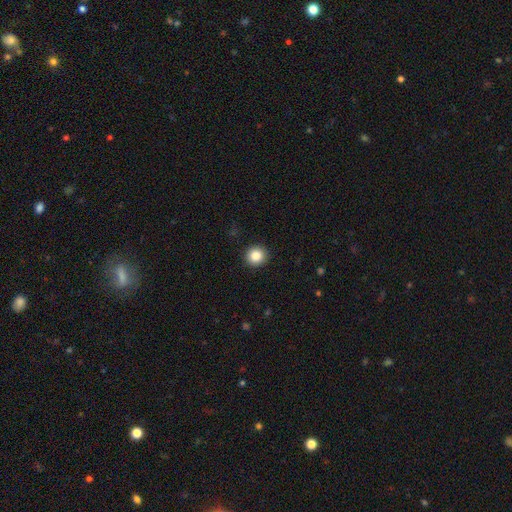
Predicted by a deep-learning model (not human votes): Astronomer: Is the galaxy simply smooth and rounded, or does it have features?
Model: smooth — 86%.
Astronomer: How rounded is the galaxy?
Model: round — 92%.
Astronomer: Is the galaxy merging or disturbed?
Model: none — 93%.